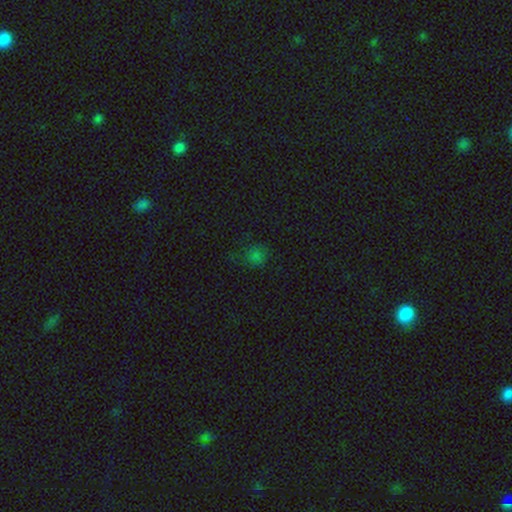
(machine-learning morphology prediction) smooth 68%, star or artifact 27%, featured or disk 5%. Down the decision tree: how rounded — round (85%); merging — none (76%).